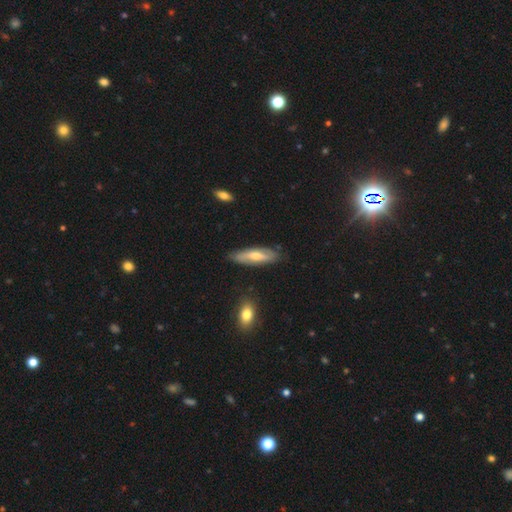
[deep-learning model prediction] The model was most divided on "smooth or featured": featured or disk: 48%, smooth: 45%, star or artifact: 7%. More confident: merging — none (79%).